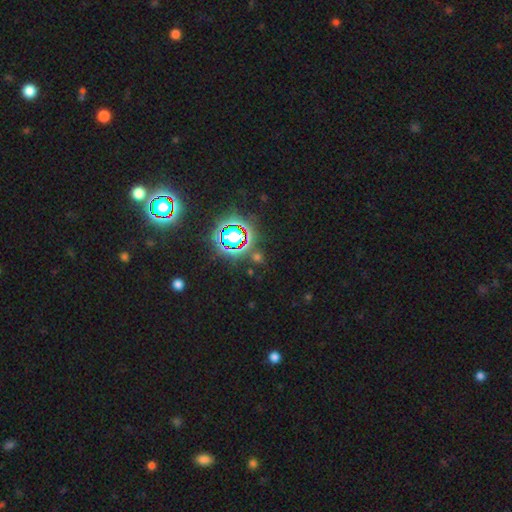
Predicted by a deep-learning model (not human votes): Smooth or featured: star or artifact — 73% (smooth — 18%)